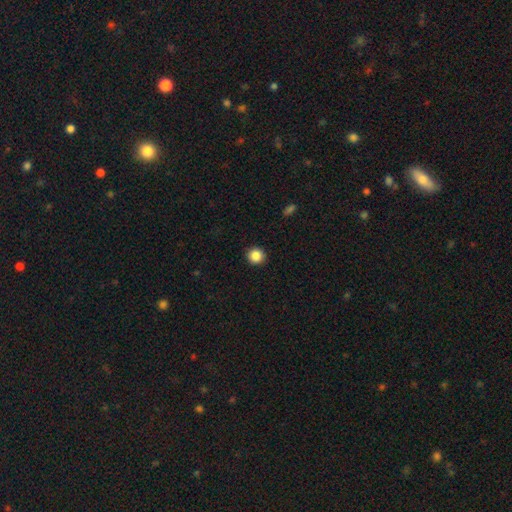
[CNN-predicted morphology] Smooth or featured? smooth (87%)
How rounded? round (93%)
Merging? none (93%)